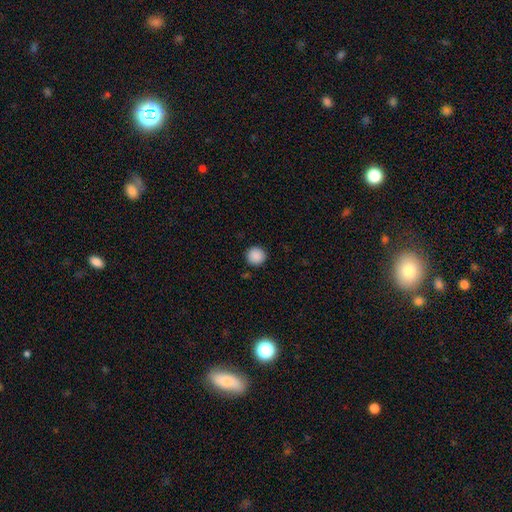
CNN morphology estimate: Smooth or featured? Predicted: smooth (p=0.89). How rounded? Predicted: round (p=0.95). Merging? Predicted: none (p=0.92).